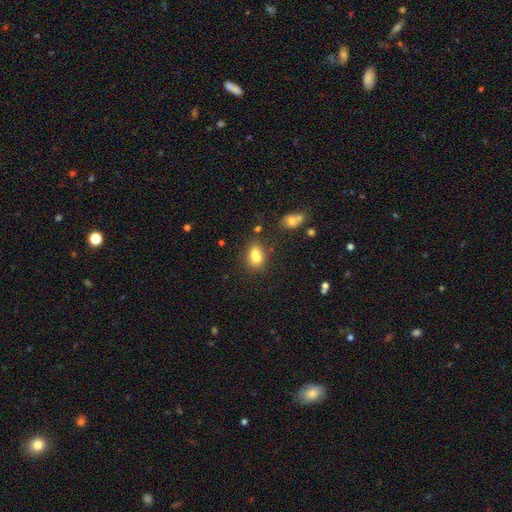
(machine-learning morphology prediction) This appears to be a smooth galaxy with no disk features (79%) that is in between round and cigar-shaped (75%). Merging: none (52%).